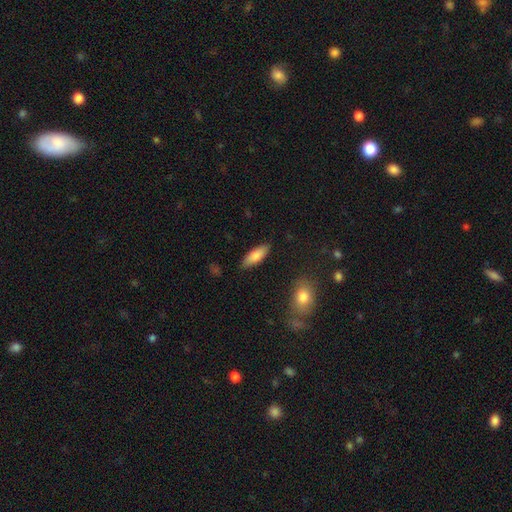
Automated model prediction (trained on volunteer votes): A smooth galaxy with no disk features (81%) that is in between round and cigar-shaped (65%). Merging: none (86%).